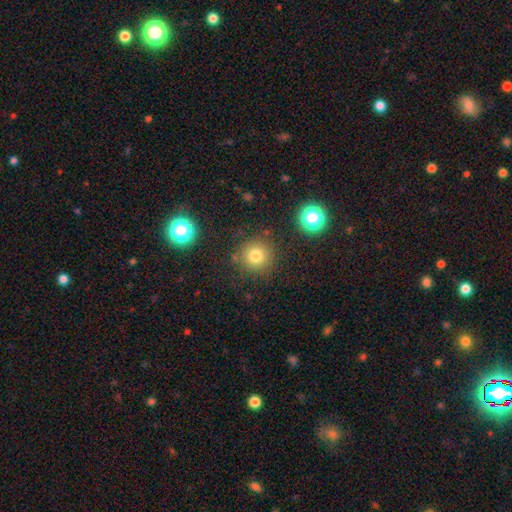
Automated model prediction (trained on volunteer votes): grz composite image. It shows a smooth galaxy with no disk features (76%) that is round (94%). Merging: none (85%).